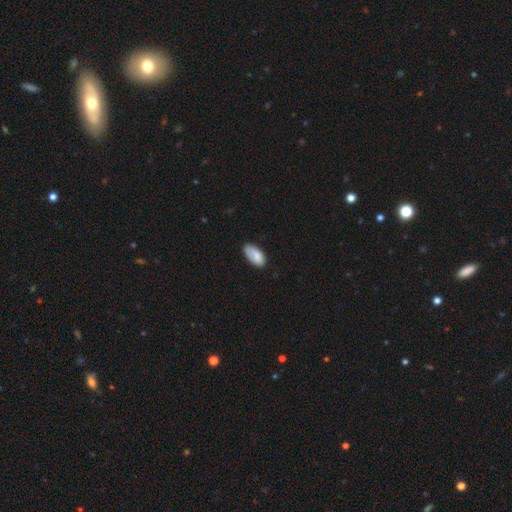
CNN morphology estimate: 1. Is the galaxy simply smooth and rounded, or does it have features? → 82% smooth, 11% featured or disk, 7% star or artifact.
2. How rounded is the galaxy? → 93% in between, 5% cigar-shaped, 2% round.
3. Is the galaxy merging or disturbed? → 67% none, 26% minor disturbance, 5% major disturbance, 2% merger.